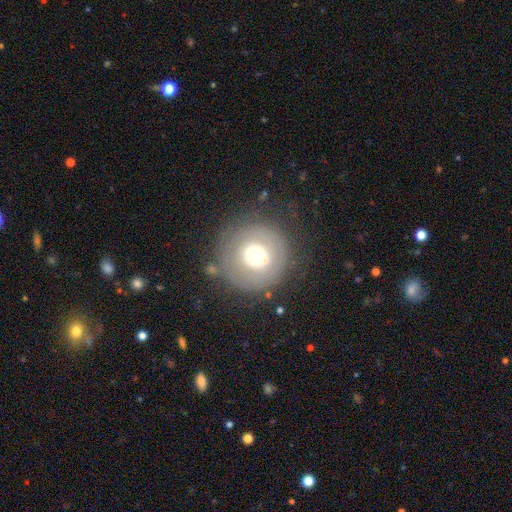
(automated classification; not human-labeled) A smooth galaxy with no disk features (50%). Merging: none (70%).